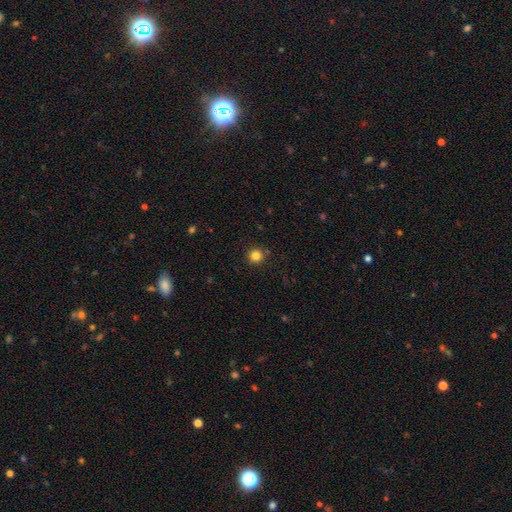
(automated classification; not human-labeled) This appears to be a smooth galaxy with no disk features (83%) that is round (95%). Merging: none (90%).